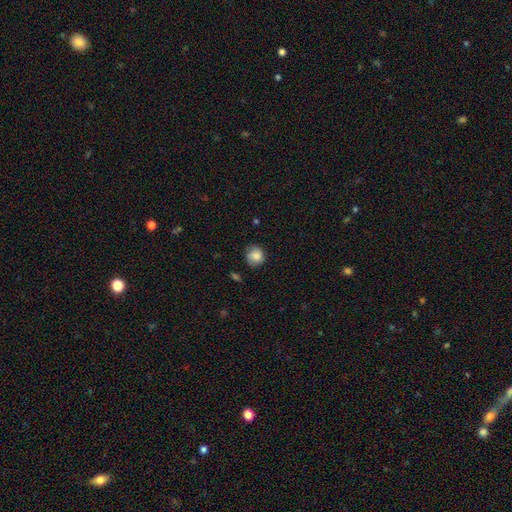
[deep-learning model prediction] smooth_or_featured: smooth (p=0.81) [alt: featured or disk p=0.11]
how_rounded: round (p=0.81) [alt: in between p=0.18]
merging: none (p=0.70) [alt: minor disturbance p=0.22]